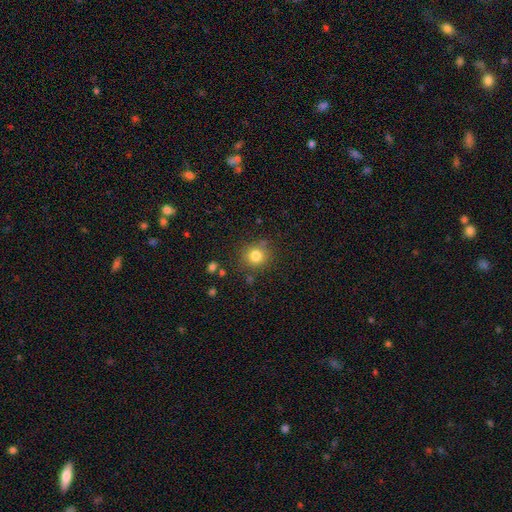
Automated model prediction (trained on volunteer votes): Smooth or featured: smooth — 80% (star or artifact — 12%)
How rounded: round — 89% (in between — 10%)
Merging: none — 83% (minor disturbance — 10%)